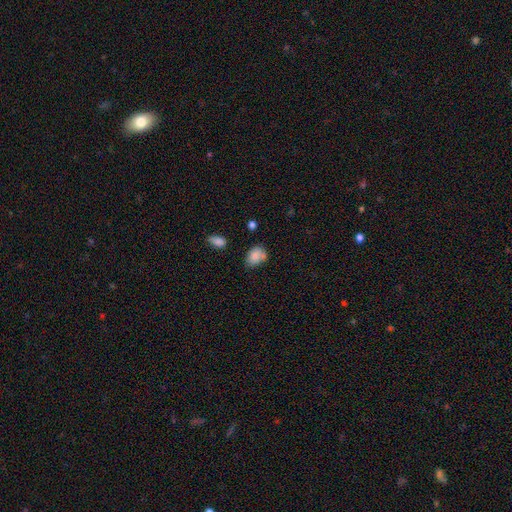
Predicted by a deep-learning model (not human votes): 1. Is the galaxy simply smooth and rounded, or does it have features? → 82% smooth, 9% star or artifact, 9% featured or disk.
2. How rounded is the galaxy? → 75% in between, 23% round, 1% cigar-shaped.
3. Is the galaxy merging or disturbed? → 52% none, 25% minor disturbance, 16% merger, 7% major disturbance.